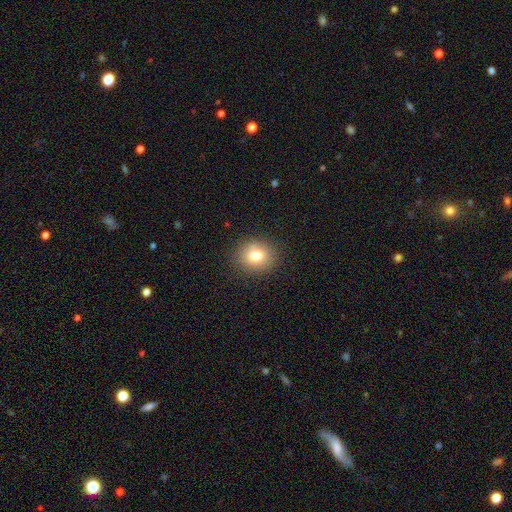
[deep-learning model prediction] A smooth galaxy with no disk features (78%) that is round (72%).

Vote fractions:
- Smooth or featured? smooth: 78% / star or artifact: 11% / featured or disk: 11%
- How rounded? round: 72% / in between: 27% / cigar-shaped: 1%
- Merging? none: 88% / minor disturbance: 9% / major disturbance: 3% / merger: 1%